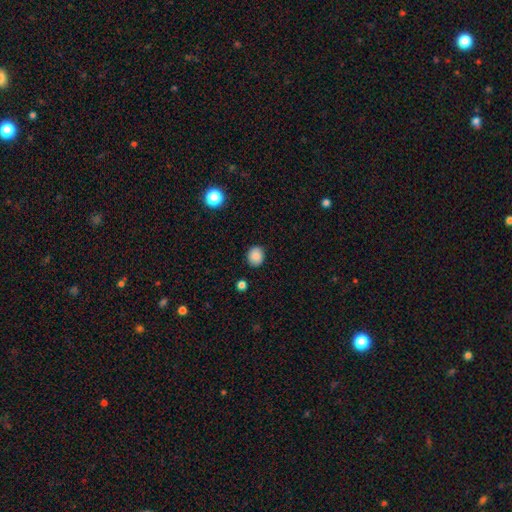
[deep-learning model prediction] Q: Smooth or featured?
A: smooth (86%); runner-up: star or artifact (9%)
Q: How rounded?
A: round (69%); runner-up: in between (30%)
Q: Merging?
A: none (88%); runner-up: minor disturbance (9%)